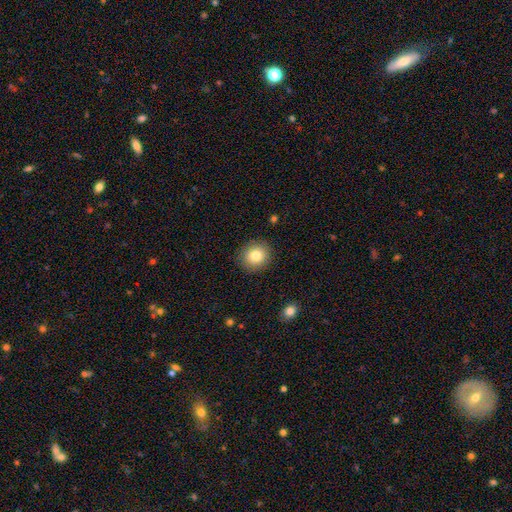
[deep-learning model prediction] smooth_or_featured: smooth (p=0.81) [alt: star or artifact p=0.10]
how_rounded: round (p=0.87) [alt: in between p=0.12]
merging: none (p=0.90) [alt: minor disturbance p=0.07]